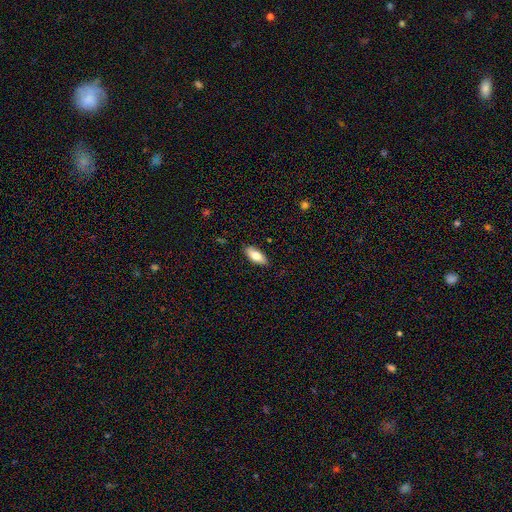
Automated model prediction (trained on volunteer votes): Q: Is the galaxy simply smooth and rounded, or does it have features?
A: smooth — 80%.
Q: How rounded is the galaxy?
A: in between — 84%.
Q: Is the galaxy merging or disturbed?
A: none — 86%.